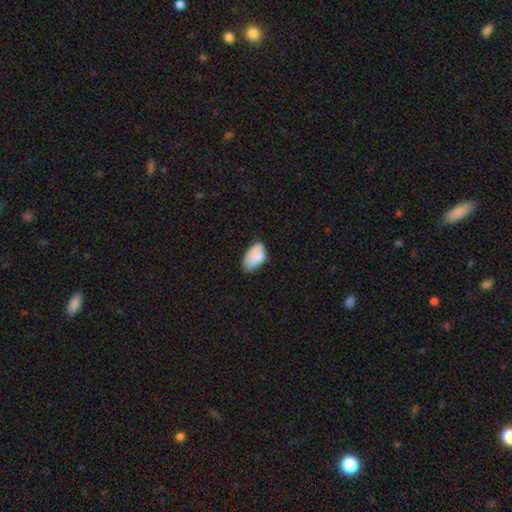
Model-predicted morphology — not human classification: This is clearly a smooth galaxy (82%). How rounded: clearly in between (94%). Merging: possibly none (47%).